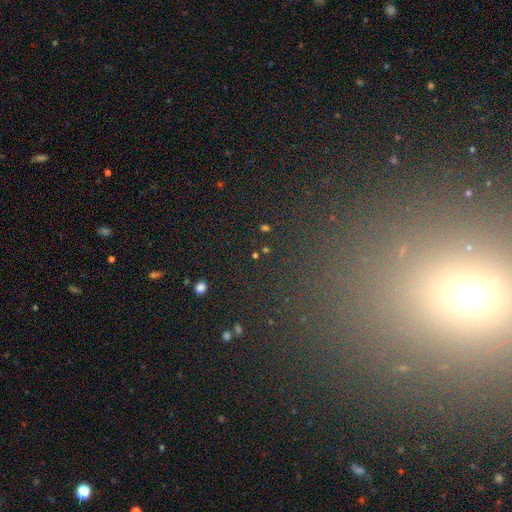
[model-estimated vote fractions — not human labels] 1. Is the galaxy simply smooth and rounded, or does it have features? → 63% star or artifact, 26% smooth, 11% featured or disk.